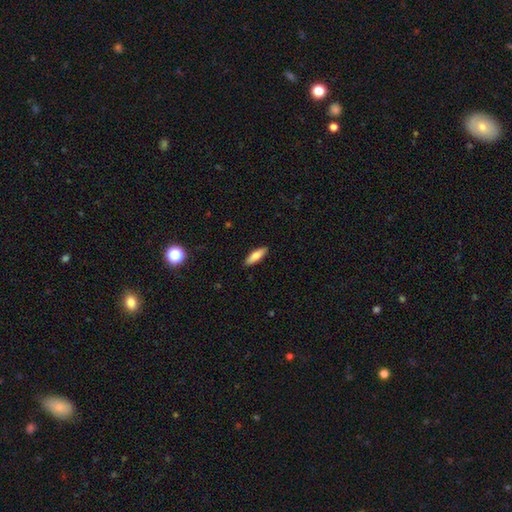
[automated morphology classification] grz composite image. It shows a smooth galaxy with no disk features (75%) that is cigar-shaped (51%). Merging: none (90%).